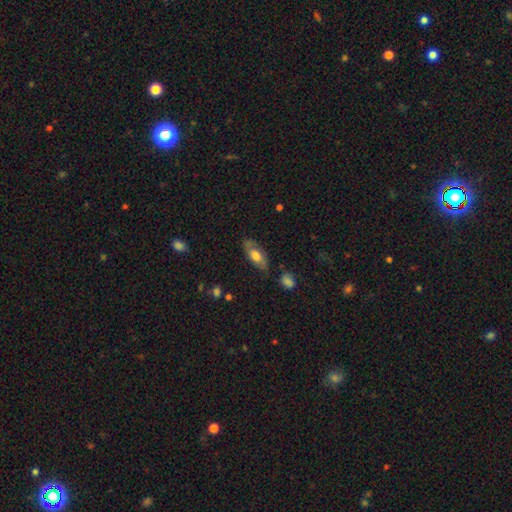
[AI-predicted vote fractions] This is possibly a smooth galaxy (56%). How rounded: clearly in between (81%). Merging: likely none (73%).